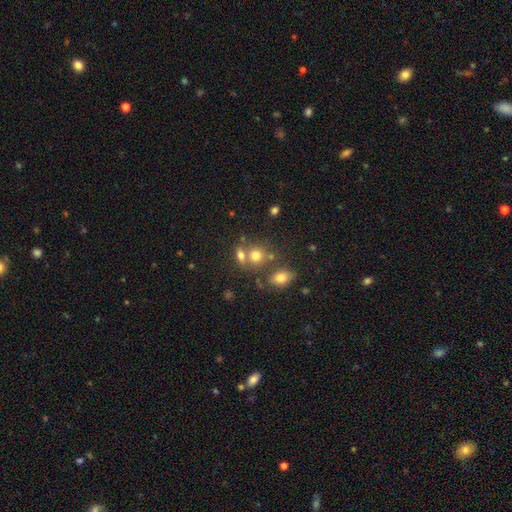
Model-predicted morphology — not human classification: Q: Smooth or featured?
A: smooth (70%); runner-up: star or artifact (17%)
Q: How rounded?
A: round (69%); runner-up: in between (30%)
Q: Merging?
A: none (47%); runner-up: merger (38%)